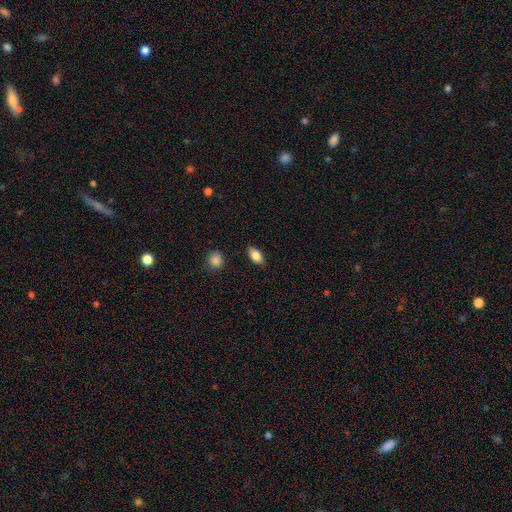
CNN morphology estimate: Smooth or featured? smooth (84%)
How rounded? in between (90%)
Merging? none (87%)